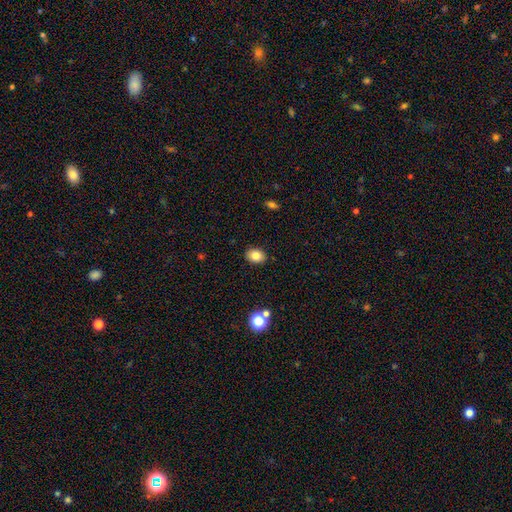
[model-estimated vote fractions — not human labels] This is clearly a smooth galaxy (82%). How rounded: likely in between (65%). Merging: clearly none (88%).